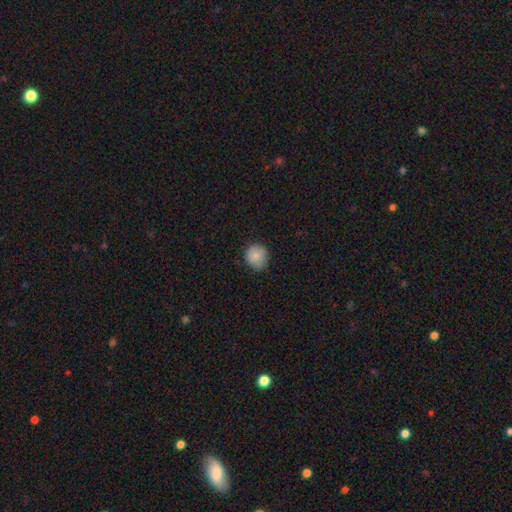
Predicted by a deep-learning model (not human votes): Overall: smooth (85%). How rounded: round (82%). Merging: none (81%).